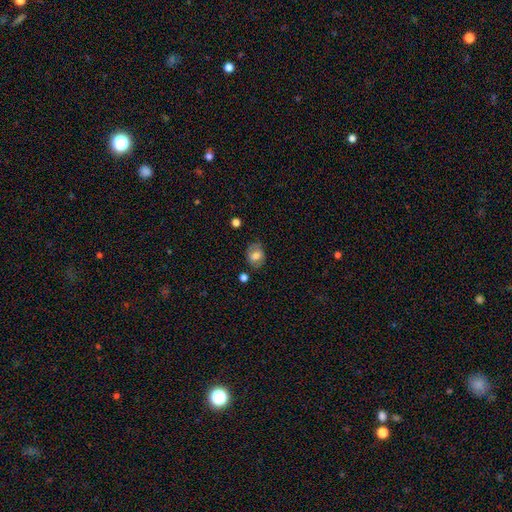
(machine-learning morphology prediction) Smooth or featured?
  - smooth: 70% *
  - featured or disk: 20%
  - star or artifact: 9%
How rounded?
  - in between: 57% *
  - round: 42%
  - cigar-shaped: 1%
Merging?
  - none: 73% *
  - minor disturbance: 19%
  - major disturbance: 5%
  - merger: 3%